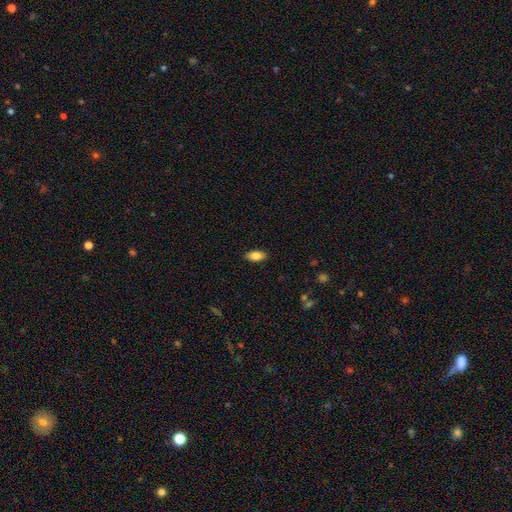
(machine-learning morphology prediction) smooth_or_featured: smooth (p=0.81) [alt: featured or disk p=0.11]
how_rounded: in between (p=0.88) [alt: cigar-shaped p=0.09]
merging: none (p=0.88) [alt: minor disturbance p=0.09]